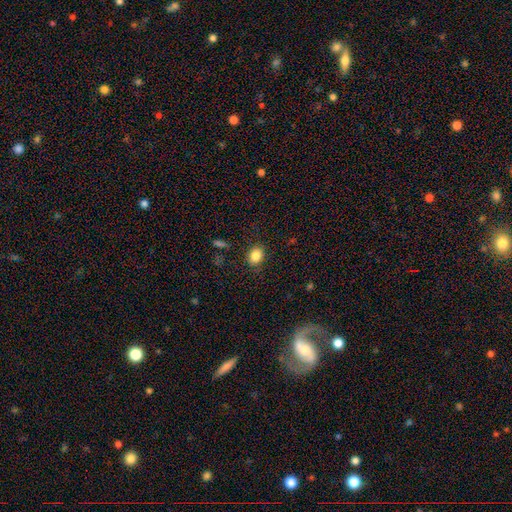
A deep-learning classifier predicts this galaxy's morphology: Q: Smooth or featured?
A: smooth (84%); runner-up: star or artifact (10%)
Q: How rounded?
A: in between (53%); runner-up: round (46%)
Q: Merging?
A: none (85%); runner-up: minor disturbance (11%)